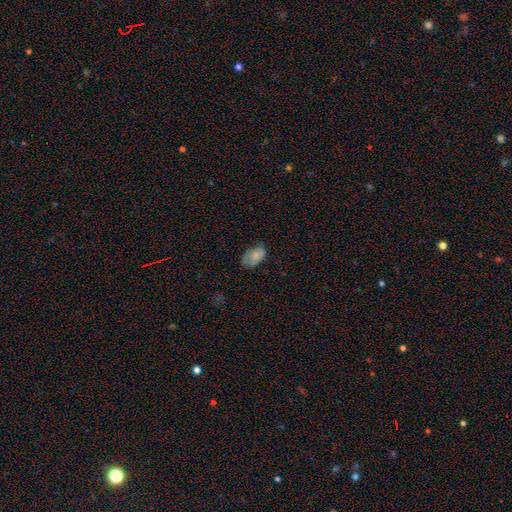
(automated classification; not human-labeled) This appears to be a smooth galaxy with no disk features (76%) that is in between round and cigar-shaped (90%). Merging: none (58%).